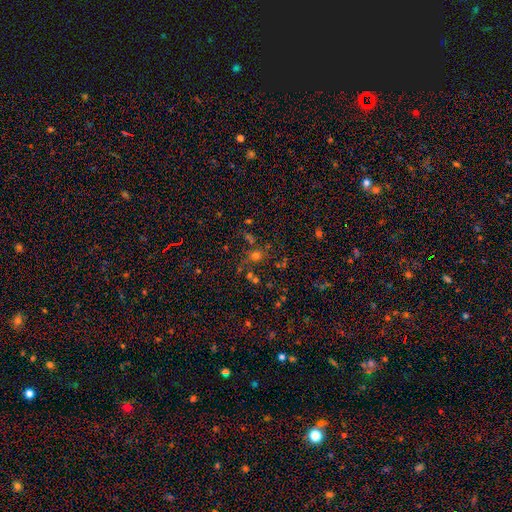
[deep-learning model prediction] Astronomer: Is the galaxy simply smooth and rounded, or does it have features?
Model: smooth — 55% (runner-up: star or artifact, 34%).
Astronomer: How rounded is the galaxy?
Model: round — 83%.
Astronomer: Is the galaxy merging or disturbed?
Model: none — 65%.